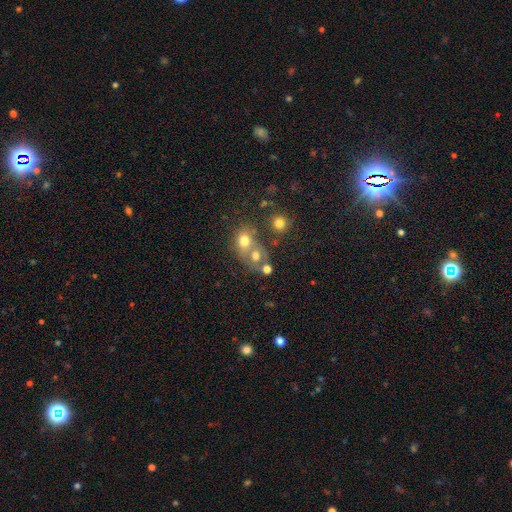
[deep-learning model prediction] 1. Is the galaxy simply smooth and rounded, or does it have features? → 64% smooth, 19% featured or disk, 16% star or artifact.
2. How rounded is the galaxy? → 63% round, 36% in between, 1% cigar-shaped.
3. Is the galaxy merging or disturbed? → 51% merger, 34% none, 9% minor disturbance, 6% major disturbance.